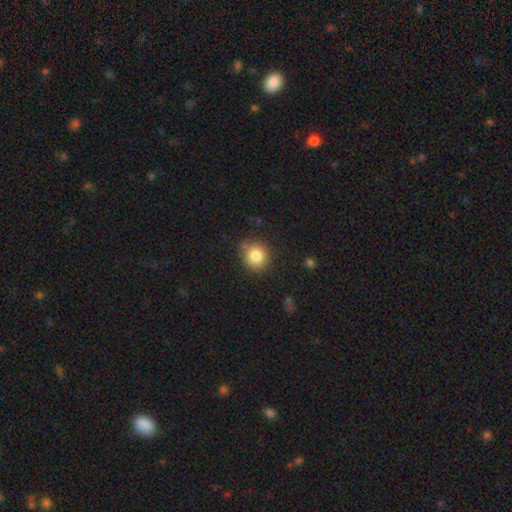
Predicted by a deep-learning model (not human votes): smooth_or_featured: smooth (p=0.83) [alt: star or artifact p=0.10]
how_rounded: round (p=0.87) [alt: in between p=0.12]
merging: none (p=0.81) [alt: minor disturbance p=0.12]